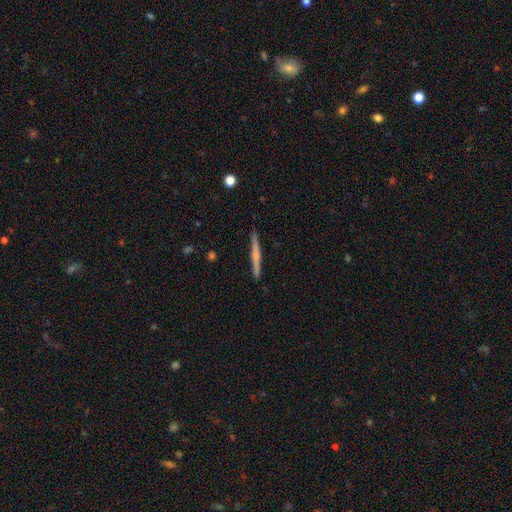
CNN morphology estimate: Smooth or featured?
  - featured or disk: 61% *
  - smooth: 33%
  - star or artifact: 6%
Edge-on disk?
  - yes: 98% *
  - no: 2%
Edge-on bulge?
  - rounded: 58% *
  - none: 33%
  - boxy: 9%
Merging?
  - none: 91% *
  - minor disturbance: 6%
  - major disturbance: 1%
  - merger: 1%